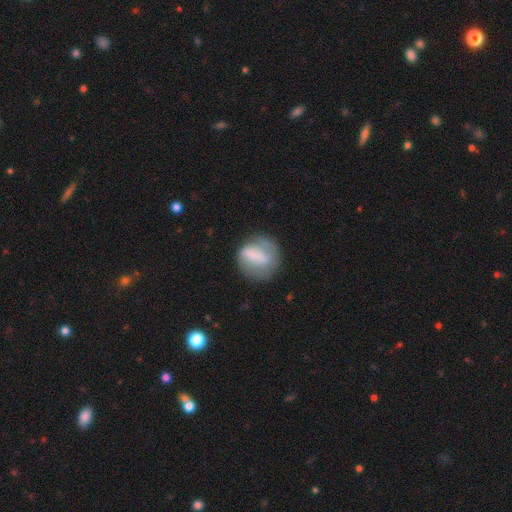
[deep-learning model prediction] Morphology: type=smooth (60%); roundness=round (69%); merging=none (55%).